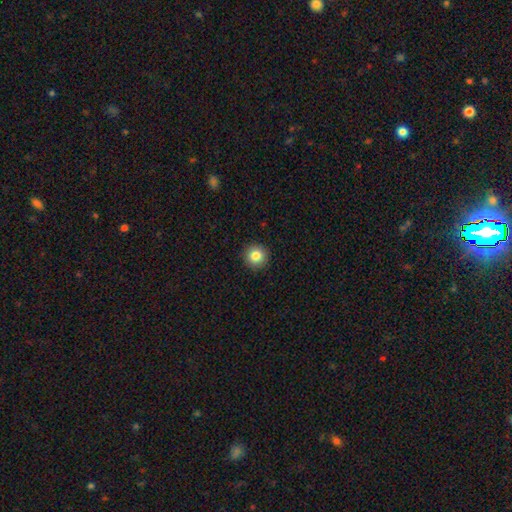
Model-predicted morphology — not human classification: smooth-or-featured: smooth: 83% | star or artifact: 10% | featured or disk: 7%
  how-rounded: round: 95% | in between: 4% | cigar-shaped: 1%
  merging: none: 93% | minor disturbance: 5% | major disturbance: 2% | merger: 1%